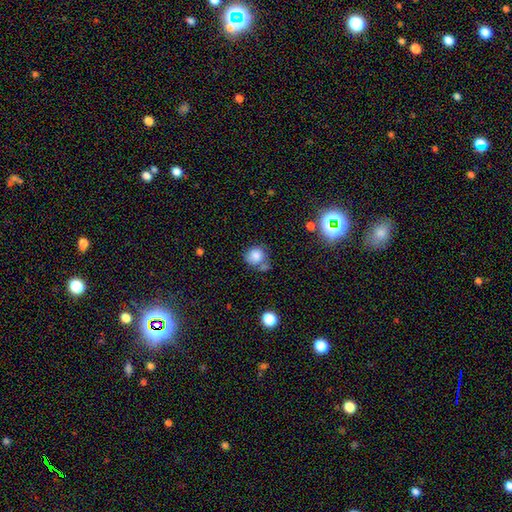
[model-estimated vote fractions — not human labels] Smooth or featured: smooth — 80% (star or artifact — 11%)
How rounded: round — 80% (in between — 19%)
Merging: none — 51% (merger — 21%)